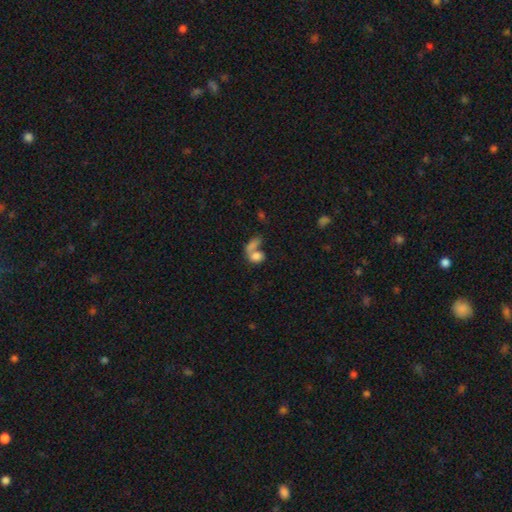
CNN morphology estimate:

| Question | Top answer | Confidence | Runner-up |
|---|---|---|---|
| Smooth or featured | smooth | 53% | featured or disk (24%) |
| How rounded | in between | 54% | round (40%) |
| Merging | merger | 50% | none (28%) |